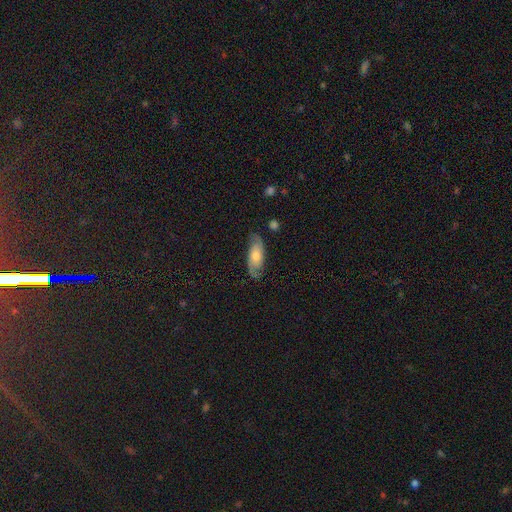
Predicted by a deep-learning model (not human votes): Smooth or featured: featured or disk — 60% (smooth — 34%)
Edge-on disk: no — 86% (yes — 14%)
Bar: no — 72% (weak — 22%)
Spiral arms: yes — 88% (no — 12%)
Bulge size: moderate — 57% (small — 28%)
Merging: none — 77% (minor disturbance — 17%)